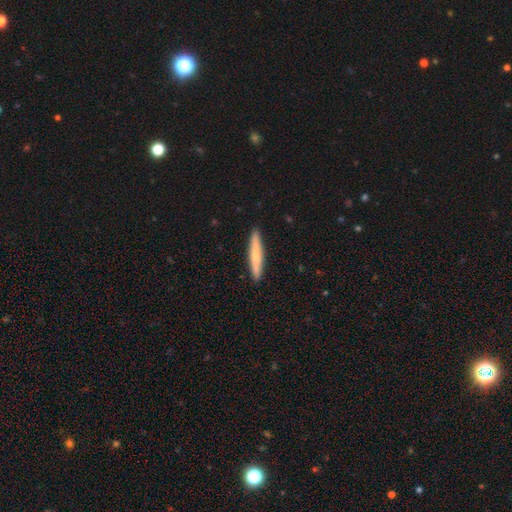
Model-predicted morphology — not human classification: This appears to be a smooth galaxy with no disk features (68%) that is cigar-shaped (93%). Merging: none (91%).